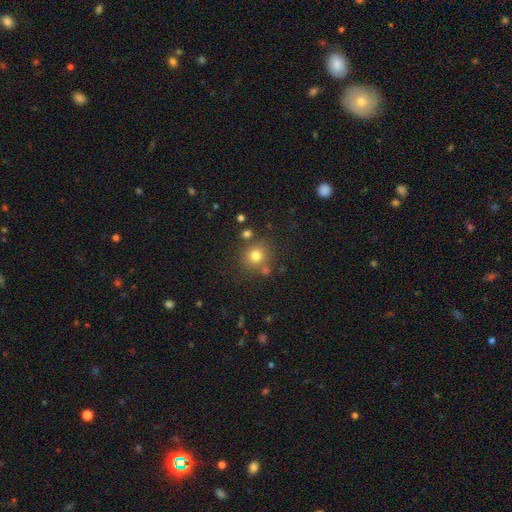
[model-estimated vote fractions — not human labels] A smooth galaxy with no disk features (76%) that is round (90%).

Vote fractions:
- Smooth or featured? smooth: 76% / star or artifact: 15% / featured or disk: 9%
- How rounded? round: 90% / in between: 9% / cigar-shaped: 1%
- Merging? none: 75% / merger: 11% / minor disturbance: 10% / major disturbance: 4%